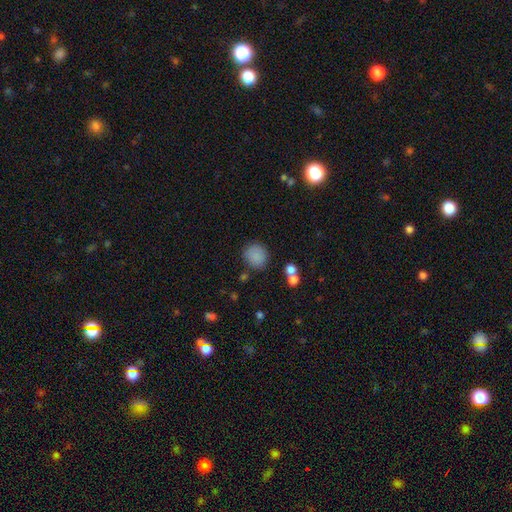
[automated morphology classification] A smooth galaxy with no disk features (85%) that is round (85%).

Vote fractions:
- Smooth or featured? smooth: 85% / star or artifact: 10% / featured or disk: 5%
- How rounded? round: 85% / in between: 14% / cigar-shaped: 1%
- Merging? none: 79% / minor disturbance: 12% / merger: 5% / major disturbance: 4%